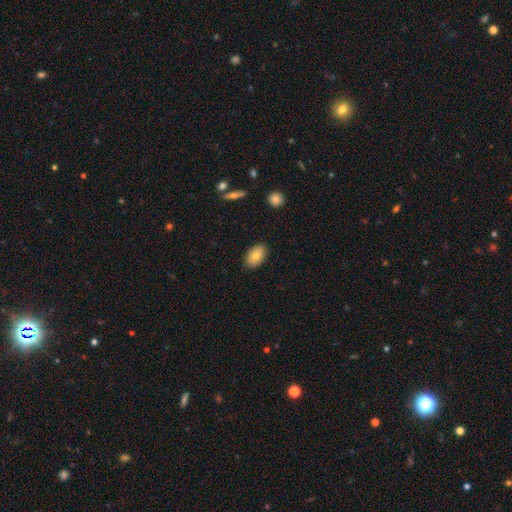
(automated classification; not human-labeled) Smooth or featured? smooth (78%)
How rounded? in between (91%)
Merging? none (87%)